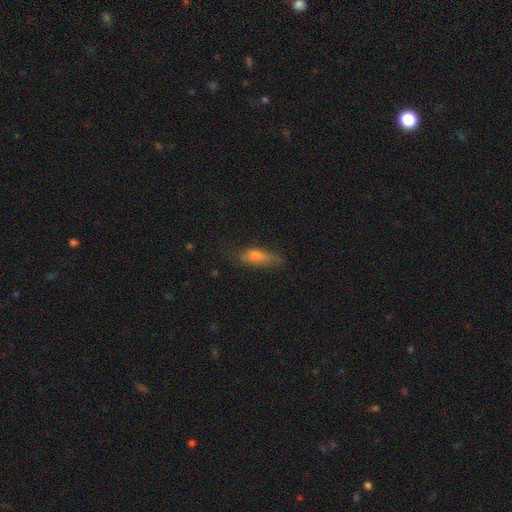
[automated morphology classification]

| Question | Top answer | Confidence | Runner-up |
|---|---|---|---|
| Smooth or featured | smooth | 64% | featured or disk (27%) |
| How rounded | cigar-shaped | 52% | in between (44%) |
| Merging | none | 64% | minor disturbance (26%) |